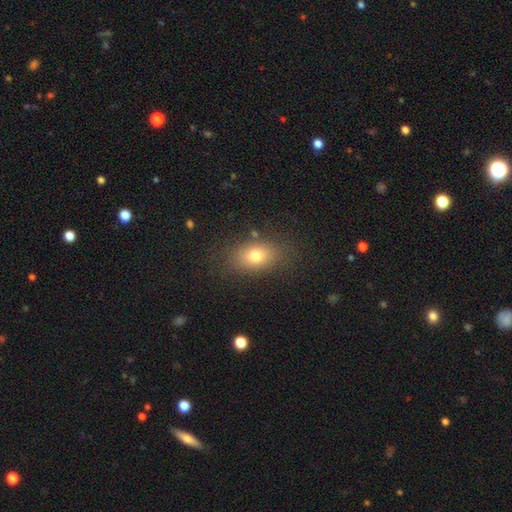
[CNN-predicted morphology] smooth_or_featured: smooth (p=0.76) [alt: featured or disk p=0.13]
how_rounded: in between (p=0.78) [alt: round p=0.19]
merging: none (p=0.81) [alt: minor disturbance p=0.12]